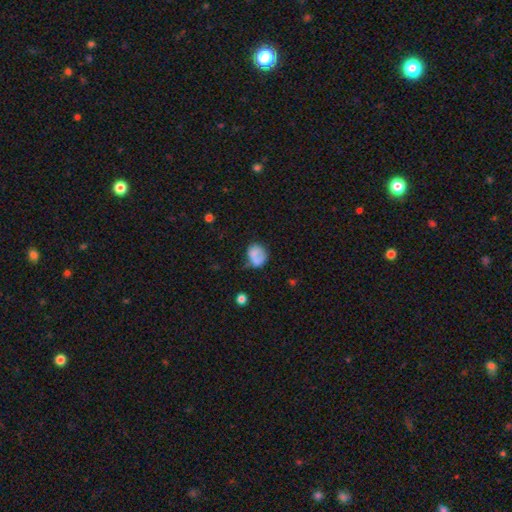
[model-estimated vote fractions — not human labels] The model was most divided on "how rounded": round: 58%, in between: 41%, cigar-shaped: 1%. Remaining: smooth or featured — smooth (73%); merging — none (49%).